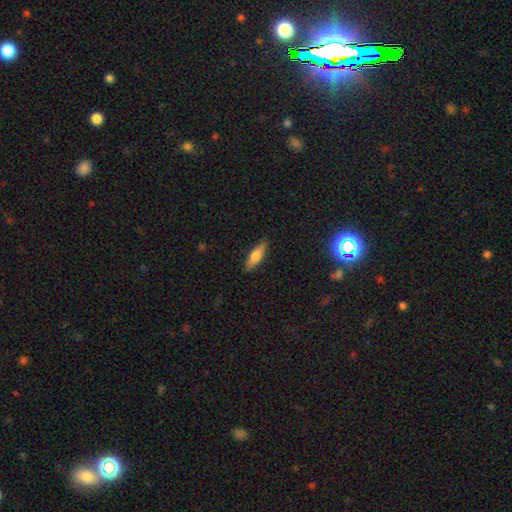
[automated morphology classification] Smooth or featured? smooth (69%)
How rounded? cigar-shaped (51%)
Merging? none (88%)